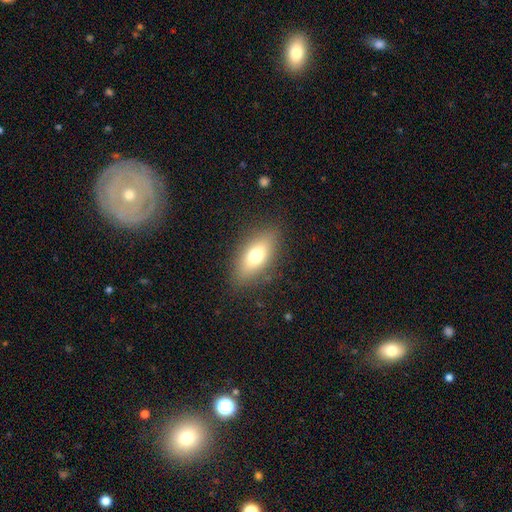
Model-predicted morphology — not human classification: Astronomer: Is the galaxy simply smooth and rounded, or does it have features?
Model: smooth — 71%.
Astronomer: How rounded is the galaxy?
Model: in between — 81%.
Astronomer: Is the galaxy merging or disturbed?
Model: none — 85%.